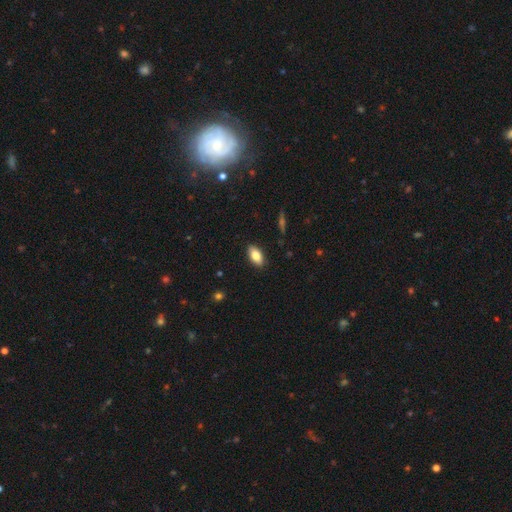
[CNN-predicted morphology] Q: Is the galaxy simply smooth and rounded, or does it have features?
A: smooth — 82%.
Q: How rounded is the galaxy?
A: in between — 90%.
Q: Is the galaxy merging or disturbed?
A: none — 88%.